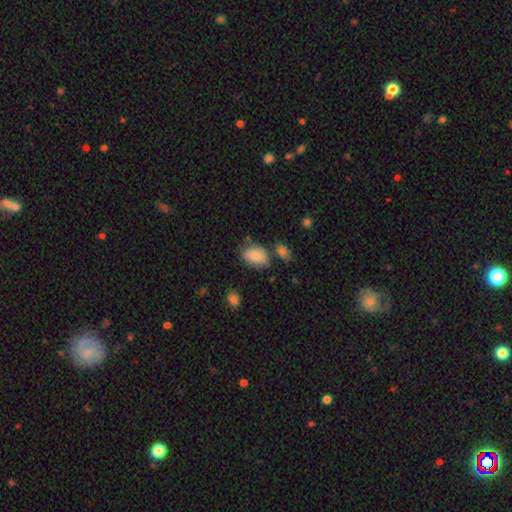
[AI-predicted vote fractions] Overall: smooth (85%). How rounded: in between (86%). Merging: none (64%).